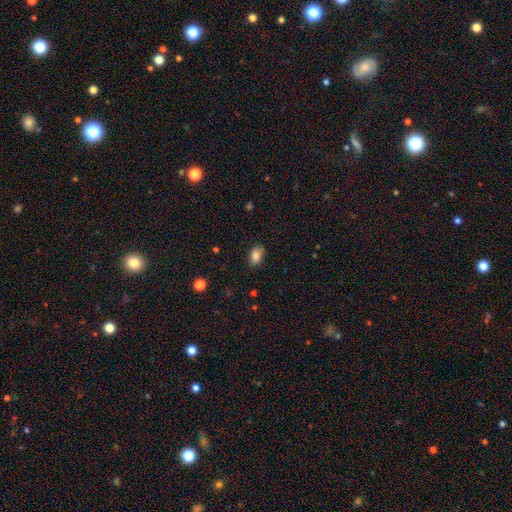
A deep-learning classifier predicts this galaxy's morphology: Overall: smooth (83%). How rounded: in between (87%). Merging: none (85%).